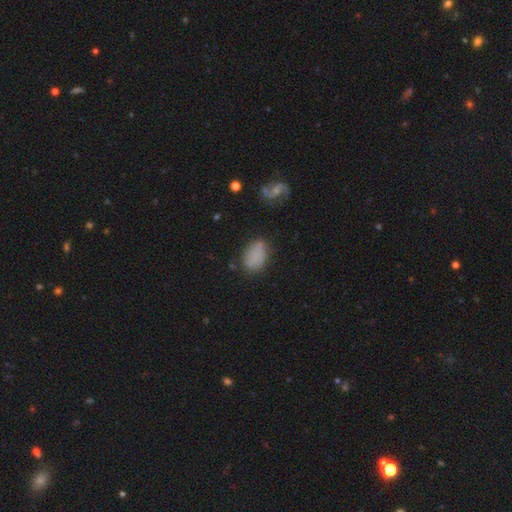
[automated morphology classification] Smooth or featured: smooth — 74% (featured or disk — 15%)
How rounded: in between — 87% (round — 11%)
Merging: none — 62% (minor disturbance — 25%)